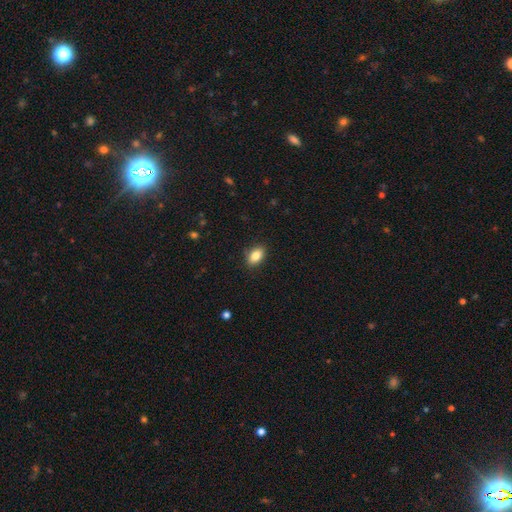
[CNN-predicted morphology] Overall: smooth (85%). How rounded: in between (86%). Merging: none (88%).